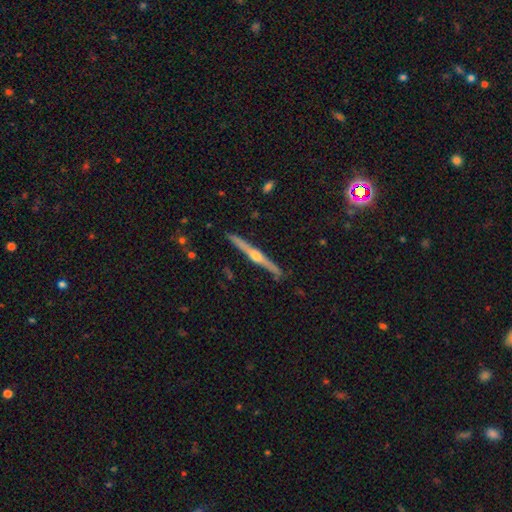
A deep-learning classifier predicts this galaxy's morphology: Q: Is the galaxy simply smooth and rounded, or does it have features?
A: featured or disk — 83%.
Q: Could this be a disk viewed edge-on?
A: yes — 98%.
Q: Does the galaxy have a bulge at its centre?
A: rounded — 92%.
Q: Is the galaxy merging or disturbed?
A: none — 91%.